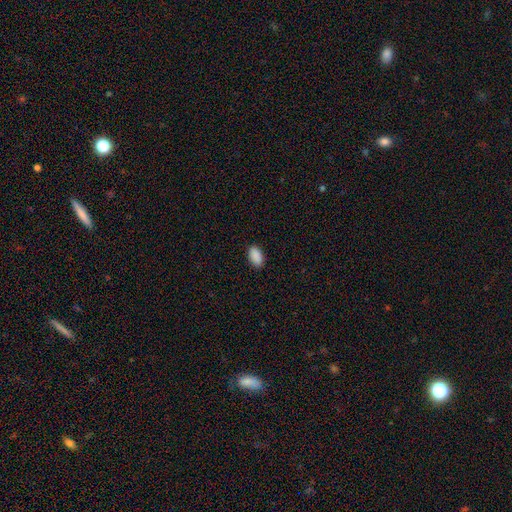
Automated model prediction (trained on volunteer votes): smooth-or-featured: smooth: 90% | star or artifact: 7% | featured or disk: 2%
  how-rounded: in between: 94% | round: 4% | cigar-shaped: 2%
  merging: none: 89% | minor disturbance: 8% | major disturbance: 2% | merger: 1%